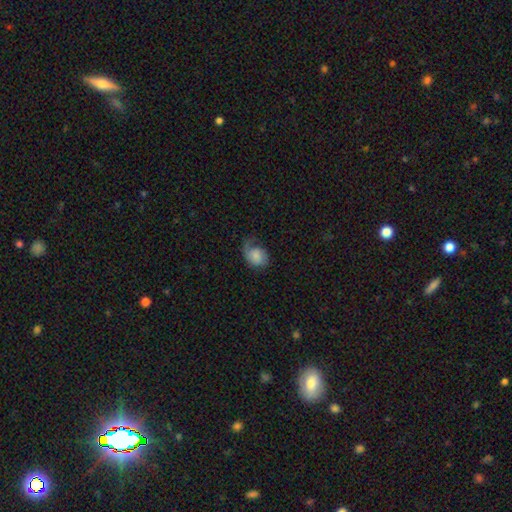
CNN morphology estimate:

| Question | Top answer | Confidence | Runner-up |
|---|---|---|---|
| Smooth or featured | smooth | 49% | featured or disk (42%) |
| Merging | none | 43% | minor disturbance (29%) |